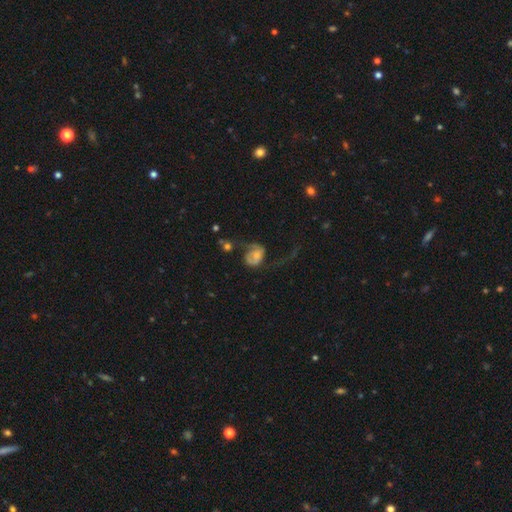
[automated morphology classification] Q: Smooth or featured?
A: featured or disk (51%); runner-up: smooth (39%)
Q: Edge-on disk?
A: no (97%); runner-up: yes (3%)
Q: Merging?
A: major disturbance (52%); runner-up: none (22%)